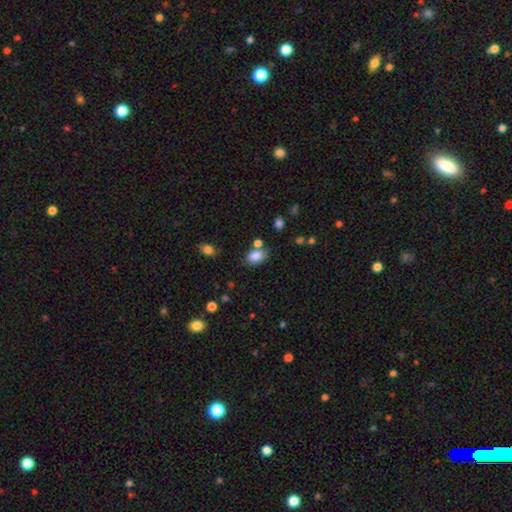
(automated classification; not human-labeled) smooth-or-featured: smooth: 85% | star or artifact: 9% | featured or disk: 6%
  how-rounded: in between: 85% | round: 14% | cigar-shaped: 1%
  merging: none: 64% | minor disturbance: 16% | merger: 14% | major disturbance: 5%